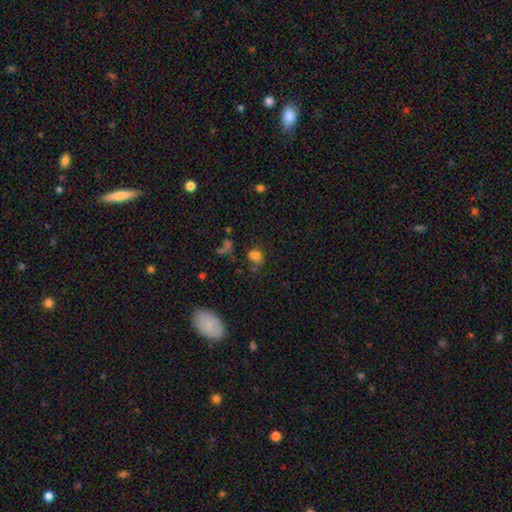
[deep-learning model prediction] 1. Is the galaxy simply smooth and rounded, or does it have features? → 66% smooth, 19% star or artifact, 15% featured or disk.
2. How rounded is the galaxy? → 59% round, 39% in between, 2% cigar-shaped.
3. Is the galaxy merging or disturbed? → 46% none, 20% minor disturbance, 18% merger, 16% major disturbance.